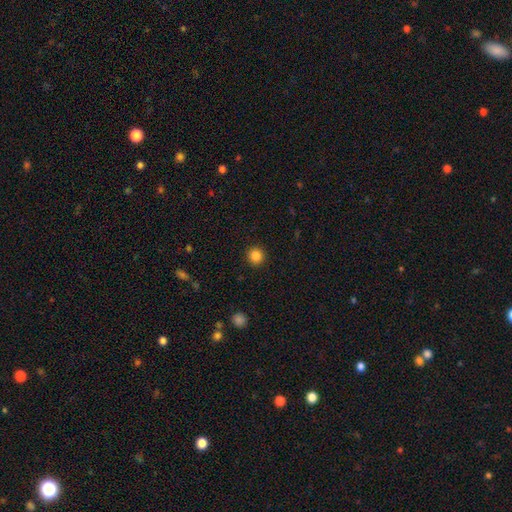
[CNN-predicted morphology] This is clearly a smooth galaxy (85%). How rounded: clearly round (94%). Merging: clearly none (92%).